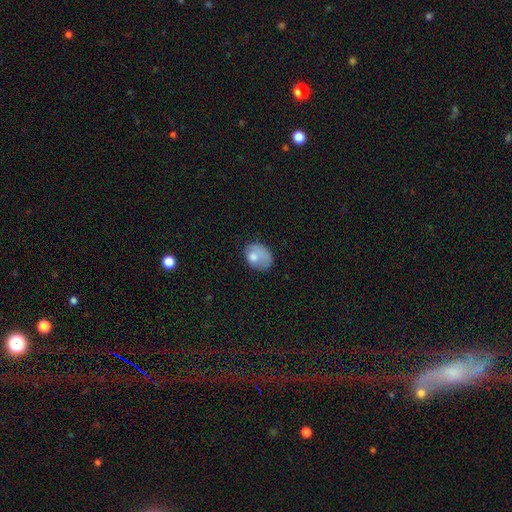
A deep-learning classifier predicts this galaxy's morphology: This is likely a smooth galaxy (72%). How rounded: likely in between (62%). Merging: marginally none (37%).